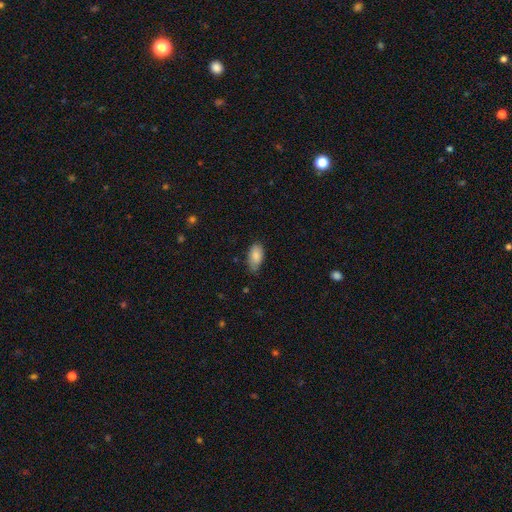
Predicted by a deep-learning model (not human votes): This is clearly a smooth galaxy (86%). How rounded: clearly in between (92%). Merging: likely none (66%).